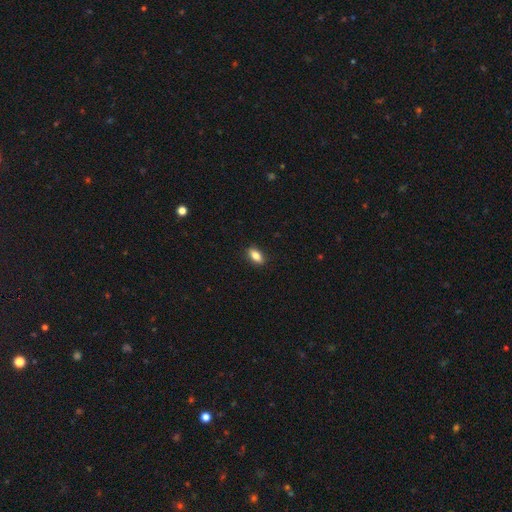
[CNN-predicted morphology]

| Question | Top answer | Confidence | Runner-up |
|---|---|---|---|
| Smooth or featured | smooth | 80% | featured or disk (13%) |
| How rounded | in between | 83% | cigar-shaped (13%) |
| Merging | none | 88% | minor disturbance (9%) |